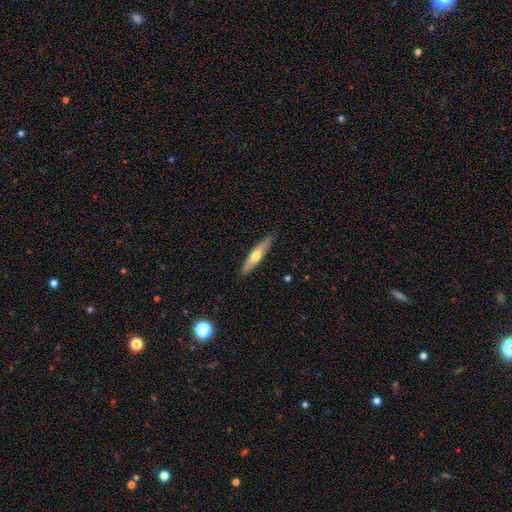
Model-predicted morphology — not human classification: Q: Smooth or featured?
A: smooth (52%); runner-up: featured or disk (42%)
Q: How rounded?
A: cigar-shaped (81%); runner-up: in between (18%)
Q: Merging?
A: none (87%); runner-up: minor disturbance (10%)